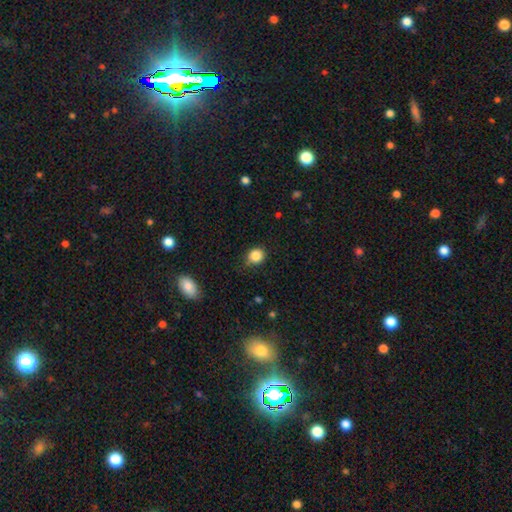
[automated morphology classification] A smooth galaxy with no disk features (85%) that is round (73%). Merging: none (76%).